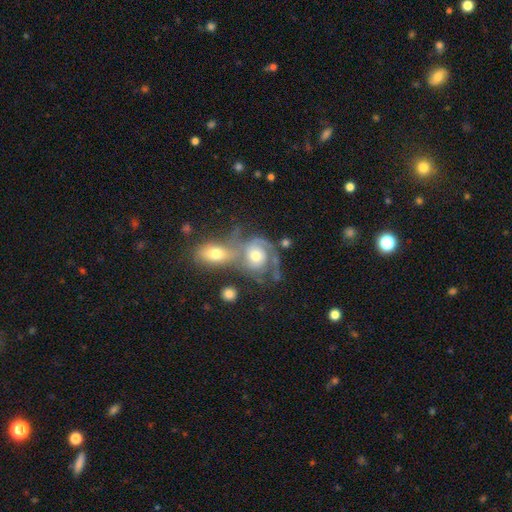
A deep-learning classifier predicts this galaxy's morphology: Smooth or featured: featured or disk — 74% (smooth — 19%)
Edge-on disk: no — 97% (yes — 3%)
Bar: no — 75% (weak — 20%)
Spiral arms: yes — 90% (no — 10%)
Spiral winding: tight — 46% (medium — 40%)
Spiral arm count: 2 — 58% (can't tell — 16%)
Bulge size: moderate — 66% (large — 15%)
Merging: merger — 52% (none — 25%)